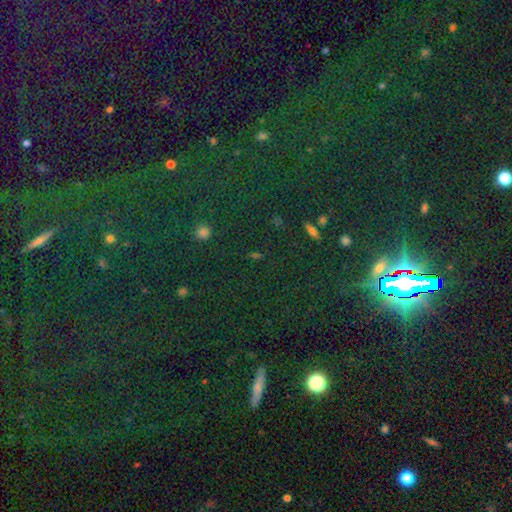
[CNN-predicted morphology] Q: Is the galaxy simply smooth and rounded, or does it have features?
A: star or artifact — 61%.